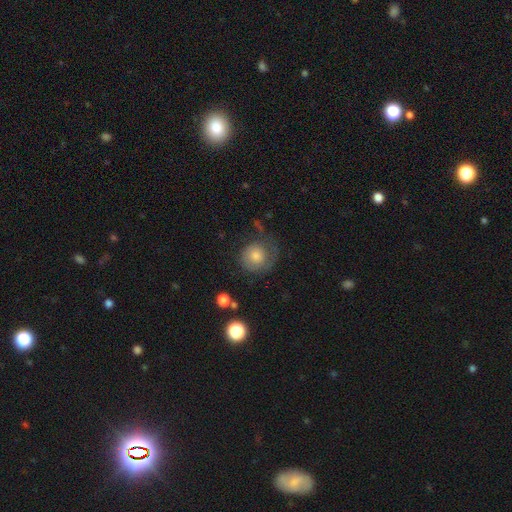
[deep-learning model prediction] Morphology: type=smooth (60%); roundness=round (85%); merging=none (52%).